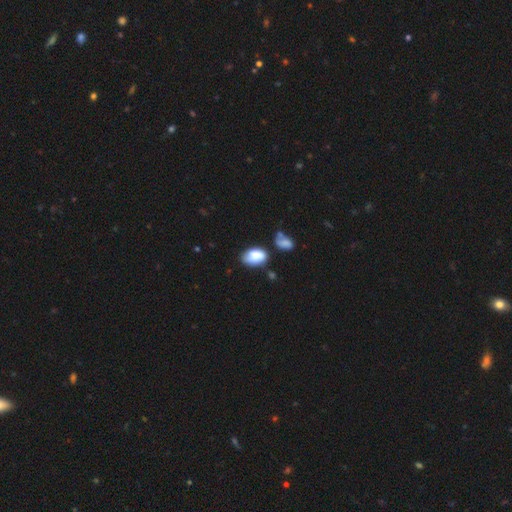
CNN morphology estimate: Q: Smooth or featured?
A: smooth (82%); runner-up: featured or disk (10%)
Q: How rounded?
A: in between (92%); runner-up: round (7%)
Q: Merging?
A: none (53%); runner-up: minor disturbance (26%)